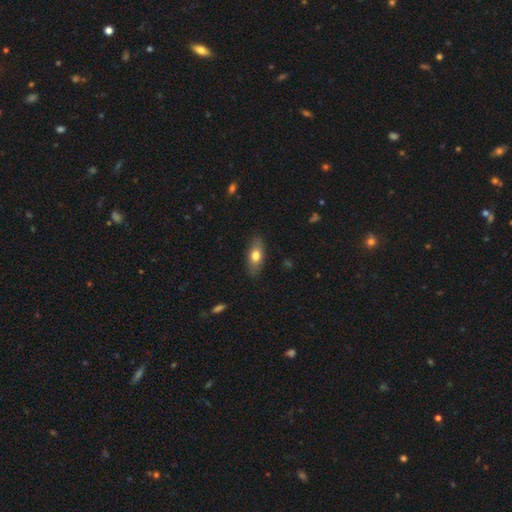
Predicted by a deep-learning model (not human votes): smooth-or-featured: smooth: 72% | featured or disk: 21% | star or artifact: 7%
  how-rounded: in between: 79% | cigar-shaped: 17% | round: 4%
  merging: none: 85% | minor disturbance: 11% | major disturbance: 2% | merger: 1%